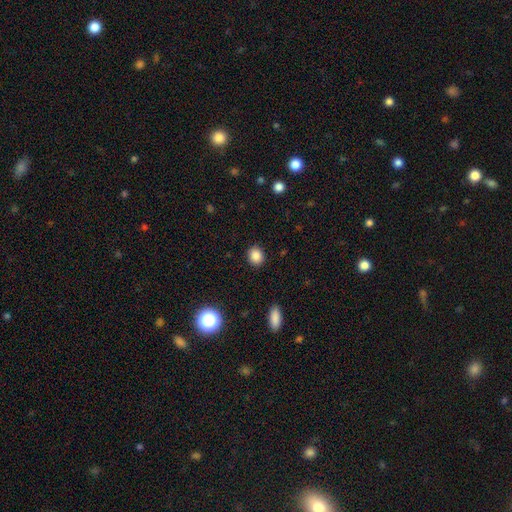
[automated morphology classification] Smooth or featured: smooth — 86% (star or artifact — 10%)
How rounded: round — 67% (in between — 32%)
Merging: none — 89% (minor disturbance — 7%)